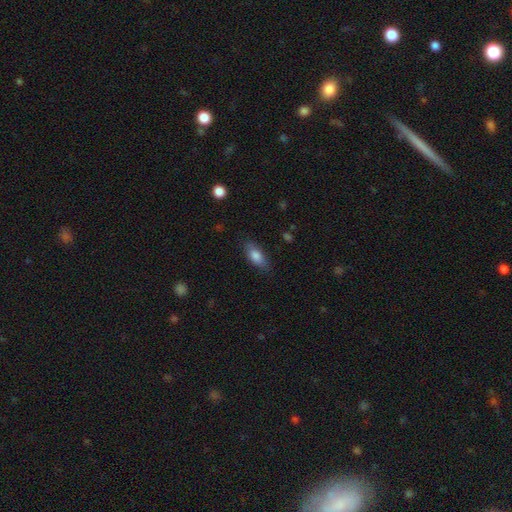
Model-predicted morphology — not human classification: This is clearly a smooth galaxy (82%). How rounded: clearly in between (80%). Merging: clearly none (82%).